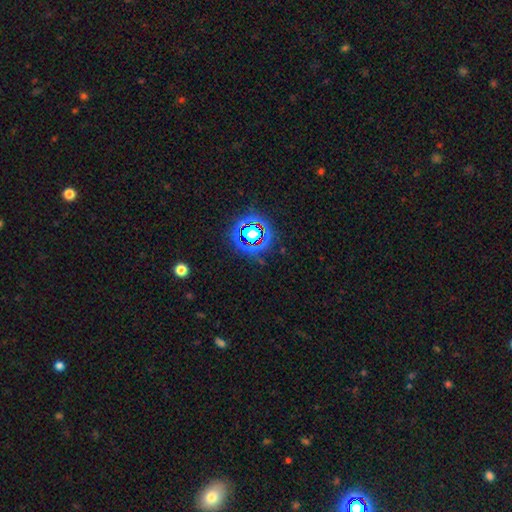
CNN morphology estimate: A star or artifact, not a galaxy (78%).

Vote fractions:
- Smooth or featured? star or artifact: 78% / smooth: 14% / featured or disk: 8%